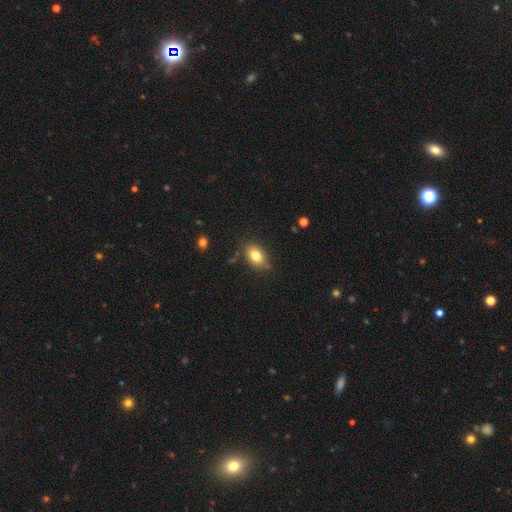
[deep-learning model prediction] smooth 81%, featured or disk 10%, star or artifact 9%. Down the decision tree: how rounded — in between (84%); merging — none (78%).